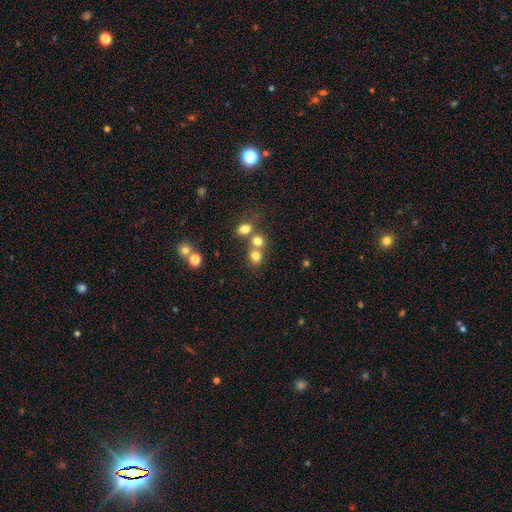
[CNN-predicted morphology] Smooth or featured? smooth (76%)
How rounded? round (77%)
Merging? none (49%)